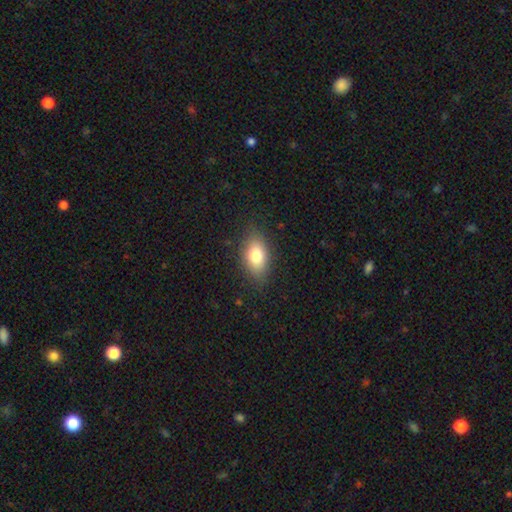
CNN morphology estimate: The model was most divided on "smooth or featured": smooth: 78%, featured or disk: 13%, star or artifact: 9%. More confident: how rounded — in between (86%); merging — none (84%).